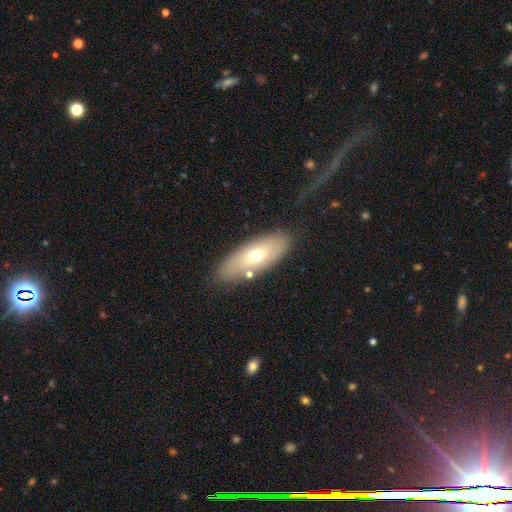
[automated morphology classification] Smooth or featured: smooth — 61% (featured or disk — 32%)
How rounded: in between — 77% (cigar-shaped — 20%)
Merging: none — 79% (minor disturbance — 12%)